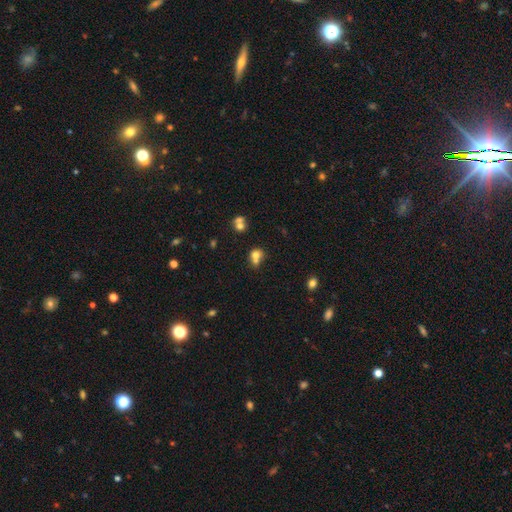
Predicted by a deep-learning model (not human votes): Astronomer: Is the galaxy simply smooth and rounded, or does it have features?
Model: smooth — 71%.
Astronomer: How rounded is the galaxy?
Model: round — 67%.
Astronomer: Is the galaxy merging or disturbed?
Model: merger — 54% (runner-up: none, 32%).